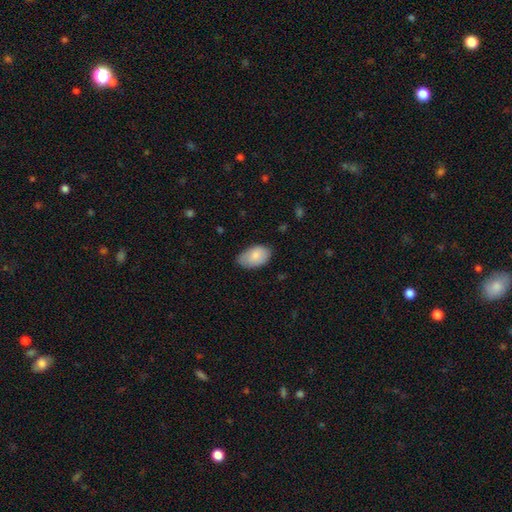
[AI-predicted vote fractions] This appears to be a smooth galaxy with no disk features (84%) that is in between round and cigar-shaped (93%). Merging: none (70%).